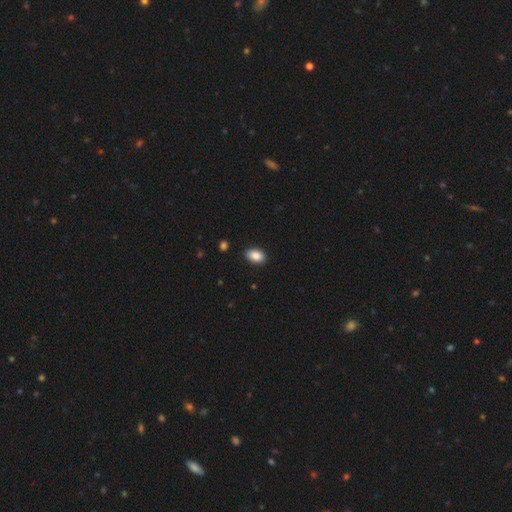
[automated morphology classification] Smooth or featured? Predicted: smooth (p=0.88). How rounded? Predicted: in between (p=0.89). Merging? Predicted: none (p=0.88).